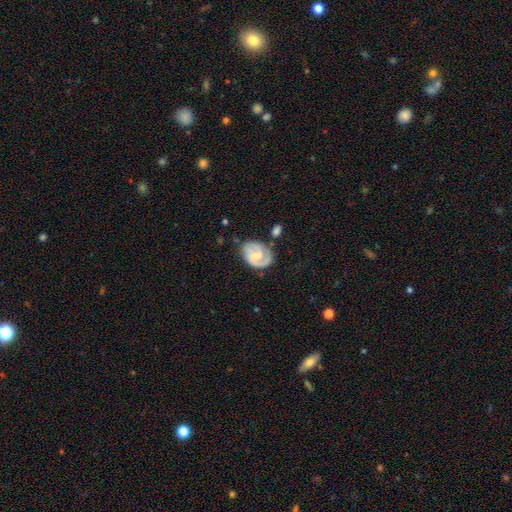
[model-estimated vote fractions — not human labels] This is likely a featured or disk galaxy (76%). It is clearly not viewed edge-on (97%). Bar: possibly weak (49%). Spiral arm pattern: clearly yes (91%). Spiral arm count: likely 2 (61%). Spiral winding: possibly tight (51%). Central bulge: marginally moderate (44%). Merging: possibly none (57%).